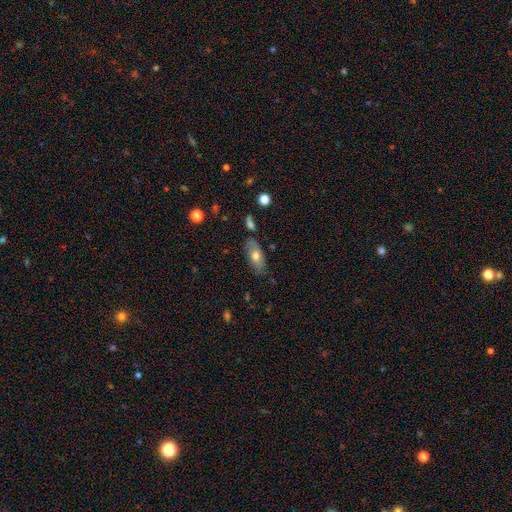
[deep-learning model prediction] smooth 67%, featured or disk 26%, star or artifact 7%. Down the decision tree: how rounded — in between (87%); merging — none (73%).